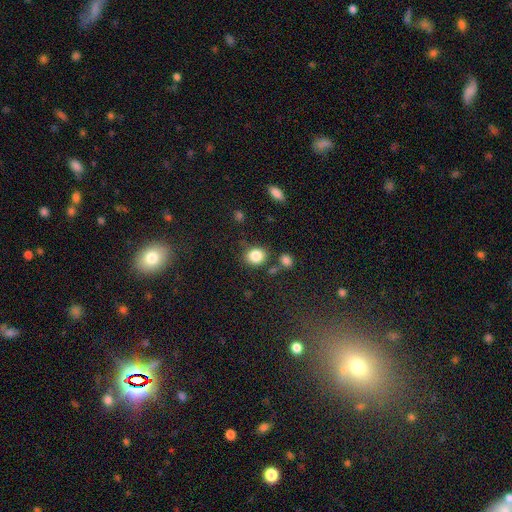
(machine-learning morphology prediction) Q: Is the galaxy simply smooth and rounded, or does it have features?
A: smooth — 85%.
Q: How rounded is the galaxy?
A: round — 68%.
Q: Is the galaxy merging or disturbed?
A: none — 73%.